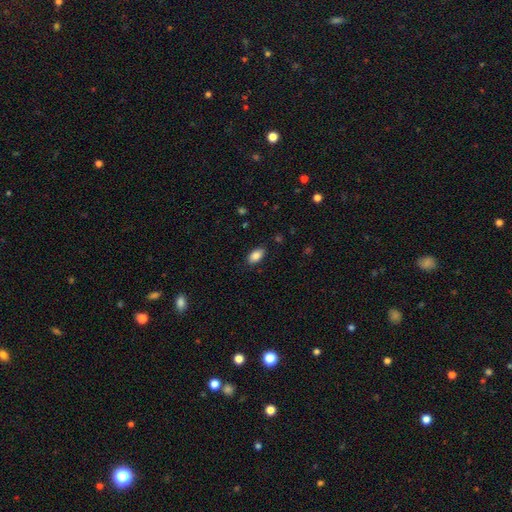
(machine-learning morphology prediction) A smooth galaxy with no disk features (87%) that is in between round and cigar-shaped (93%).

Vote fractions:
- Smooth or featured? smooth: 87% / star or artifact: 7% / featured or disk: 6%
- How rounded? in between: 93% / round: 4% / cigar-shaped: 3%
- Merging? none: 85% / minor disturbance: 11% / major disturbance: 3% / merger: 1%